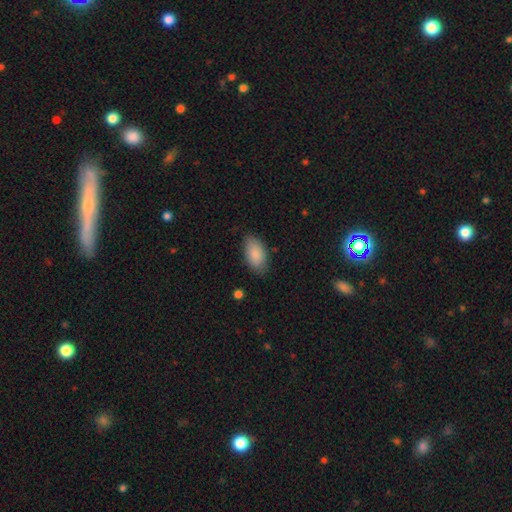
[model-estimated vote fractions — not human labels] smooth 87%, featured or disk 7%, star or artifact 6%. Down the decision tree: how rounded — in between (94%); merging — none (78%).